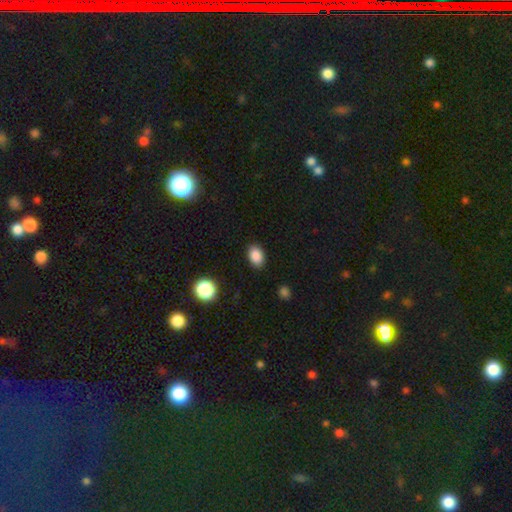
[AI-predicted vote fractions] Morphology: type=smooth (87%); roundness=in between (78%); merging=none (87%).